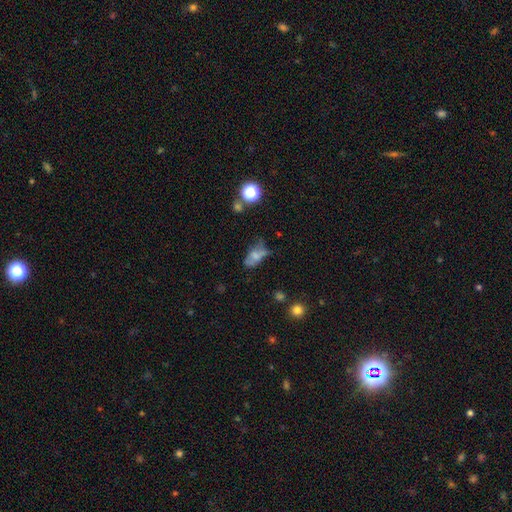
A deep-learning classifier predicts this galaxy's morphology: Smooth or featured? Predicted: smooth (p=0.58). How rounded? Predicted: in between (p=0.84). Merging? Predicted: none (p=0.36).